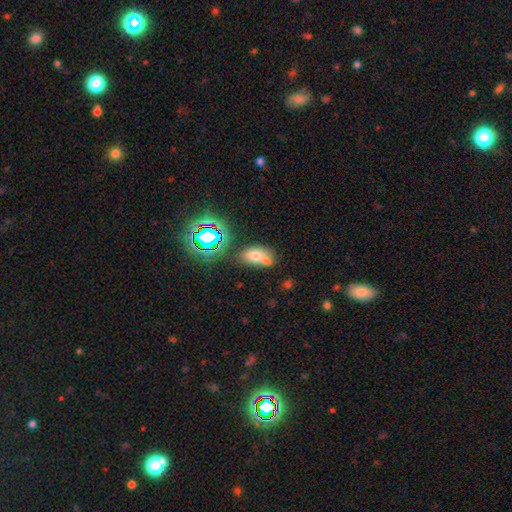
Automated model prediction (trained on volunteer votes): Smooth or featured: smooth — 61% (featured or disk — 20%)
How rounded: in between — 84% (round — 13%)
Merging: none — 41% (merger — 34%)